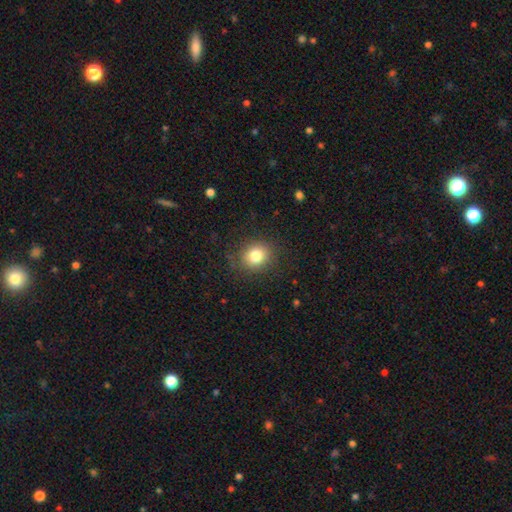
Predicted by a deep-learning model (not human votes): Morphology: type=smooth (80%); roundness=round (76%); merging=none (86%).